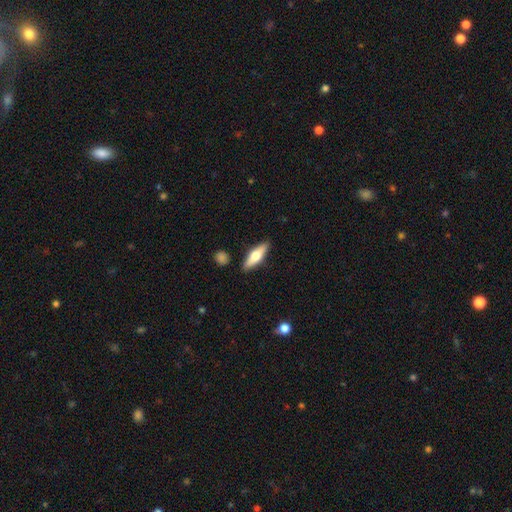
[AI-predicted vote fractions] A smooth galaxy with no disk features (54%) that is cigar-shaped (52%).

Vote fractions:
- Smooth or featured? smooth: 54% / featured or disk: 41% / star or artifact: 6%
- How rounded? cigar-shaped: 52% / in between: 45% / round: 3%
- Merging? none: 87% / minor disturbance: 8% / merger: 2% / major disturbance: 2%